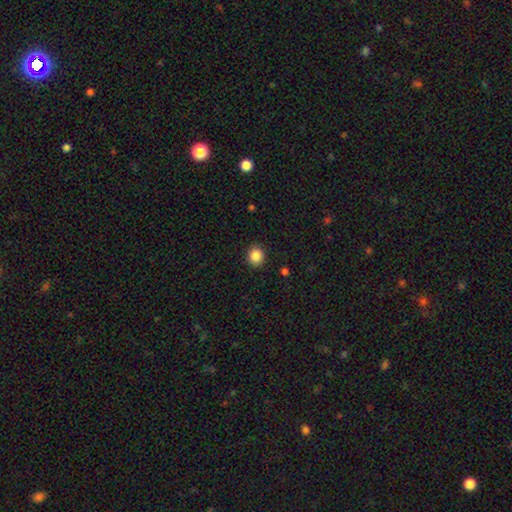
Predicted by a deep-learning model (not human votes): A smooth galaxy with no disk features (87%) that is round (76%).

Vote fractions:
- Smooth or featured? smooth: 87% / star or artifact: 10% / featured or disk: 4%
- How rounded? round: 76% / in between: 23% / cigar-shaped: 1%
- Merging? none: 90% / minor disturbance: 7% / major disturbance: 2% / merger: 1%